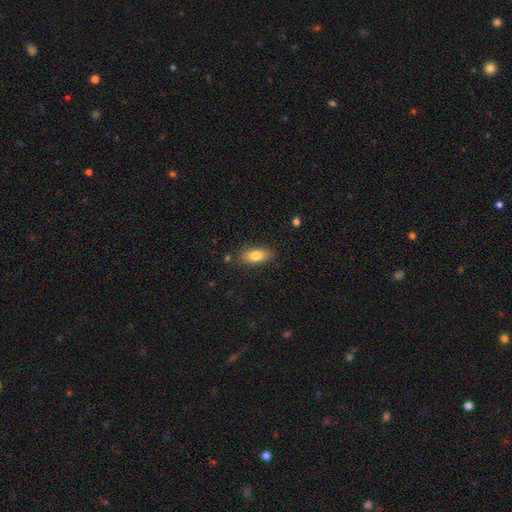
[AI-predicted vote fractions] smooth 80%, featured or disk 12%, star or artifact 7%. Down the decision tree: how rounded — in between (84%); merging — none (83%).